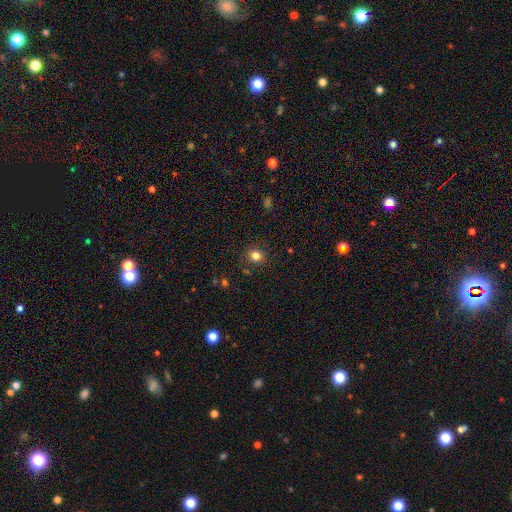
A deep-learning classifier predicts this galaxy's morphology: Smooth or featured? smooth (82%)
How rounded? round (83%)
Merging? none (87%)